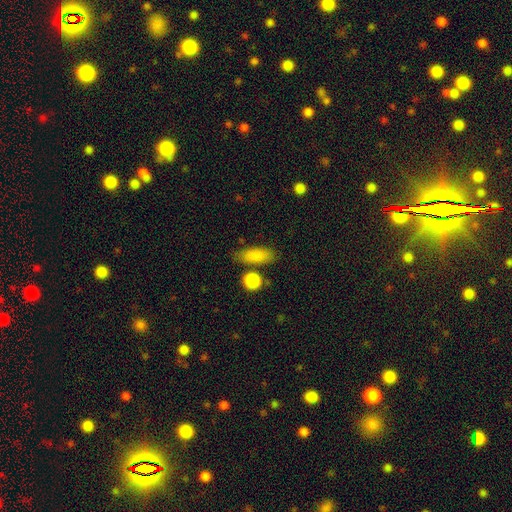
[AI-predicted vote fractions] Smooth or featured? smooth (86%)
How rounded? in between (68%)
Merging? none (75%)